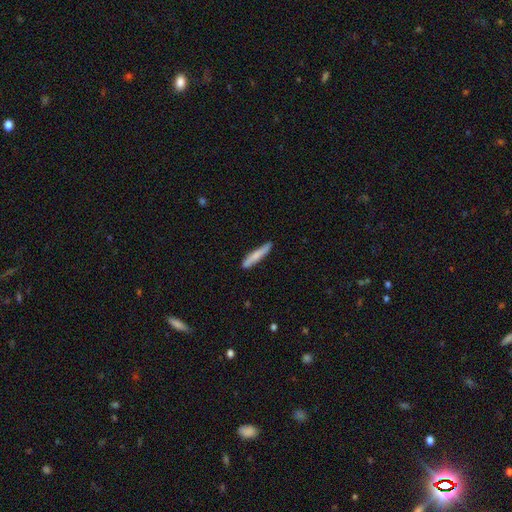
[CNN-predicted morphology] Smooth or featured? Predicted: smooth (p=0.72). How rounded? Predicted: cigar-shaped (p=0.92). Merging? Predicted: none (p=0.84).